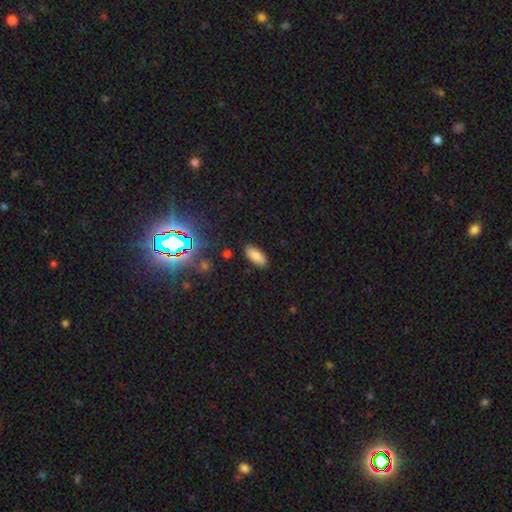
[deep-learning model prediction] Smooth or featured? smooth (83%)
How rounded? in between (88%)
Merging? none (87%)